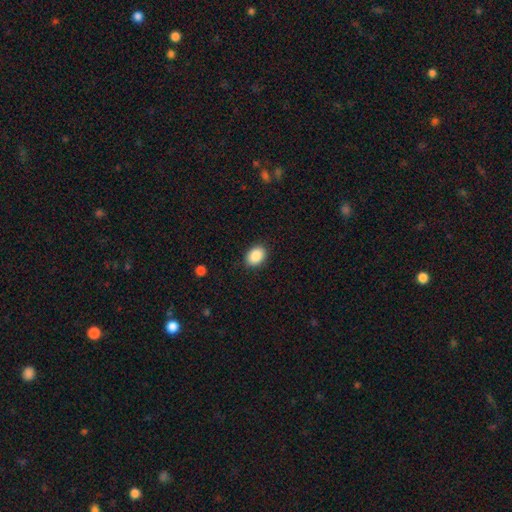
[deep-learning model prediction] Smooth or featured: smooth — 89% (star or artifact — 8%)
How rounded: in between — 68% (round — 31%)
Merging: none — 89% (minor disturbance — 8%)